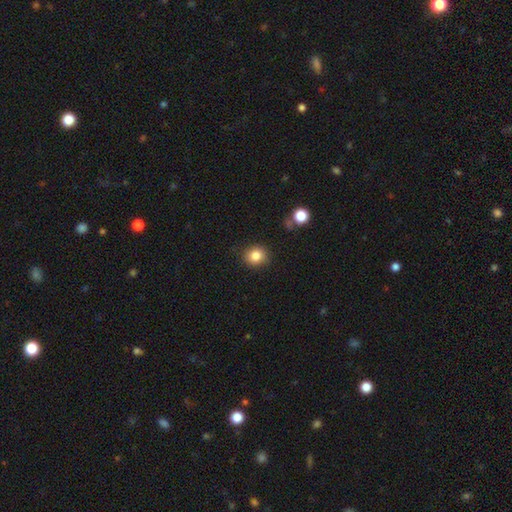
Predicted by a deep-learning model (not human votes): Q: Smooth or featured?
A: smooth (84%); runner-up: star or artifact (10%)
Q: How rounded?
A: round (82%); runner-up: in between (17%)
Q: Merging?
A: none (87%); runner-up: minor disturbance (9%)